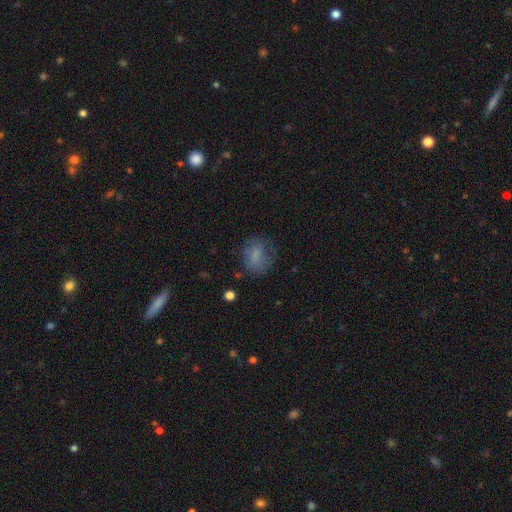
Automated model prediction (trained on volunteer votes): This appears to be a smooth galaxy with no disk features (71%) that is in between round and cigar-shaped (55%). Merging: none (60%).